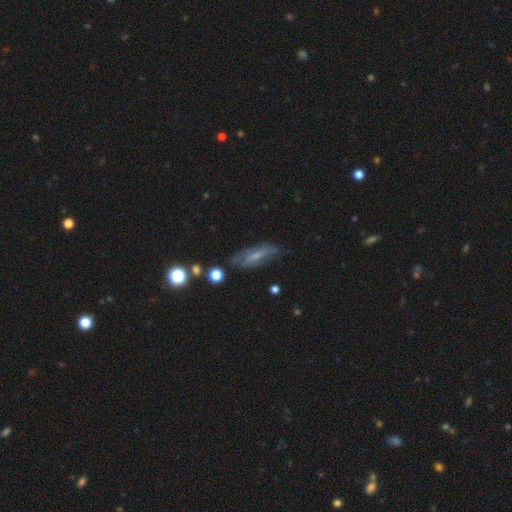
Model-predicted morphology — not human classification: featured or disk 52%, smooth 38%, star or artifact 10%. Down the decision tree: edge-on disk — no (69%); merging — none (64%).